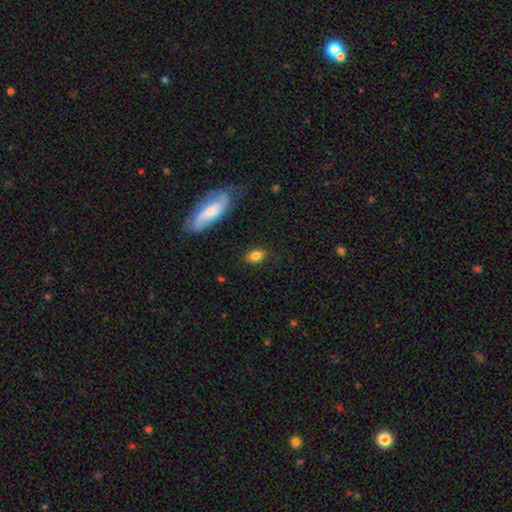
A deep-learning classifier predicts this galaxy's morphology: Q: Smooth or featured?
A: smooth (82%); runner-up: featured or disk (10%)
Q: How rounded?
A: in between (82%); runner-up: round (14%)
Q: Merging?
A: none (79%); runner-up: minor disturbance (15%)